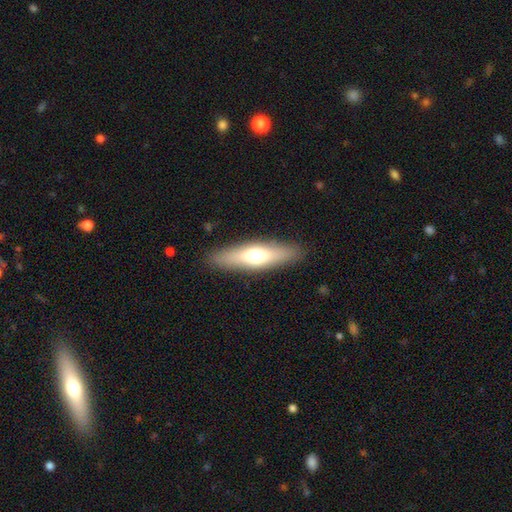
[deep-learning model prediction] Smooth or featured? Predicted: smooth (p=0.58). How rounded? Predicted: cigar-shaped (p=0.59). Merging? Predicted: none (p=0.88).